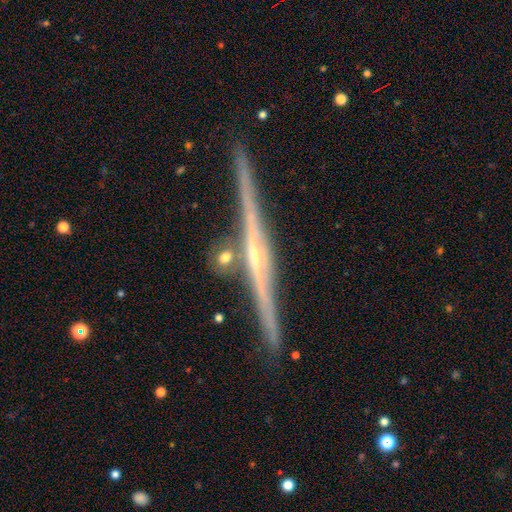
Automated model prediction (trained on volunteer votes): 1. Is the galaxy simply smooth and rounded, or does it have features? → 86% featured or disk, 8% smooth, 5% star or artifact.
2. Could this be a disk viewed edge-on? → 98% yes, 2% no.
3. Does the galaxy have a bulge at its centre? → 61% rounded, 30% none, 9% boxy.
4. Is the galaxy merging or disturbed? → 88% none, 7% minor disturbance, 4% merger, 2% major disturbance.